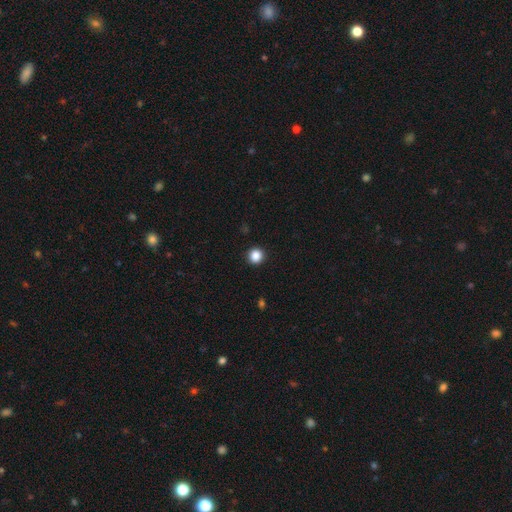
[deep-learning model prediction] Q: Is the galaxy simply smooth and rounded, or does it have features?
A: smooth — 87%.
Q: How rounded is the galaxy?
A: round — 94%.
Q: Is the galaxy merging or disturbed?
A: none — 93%.